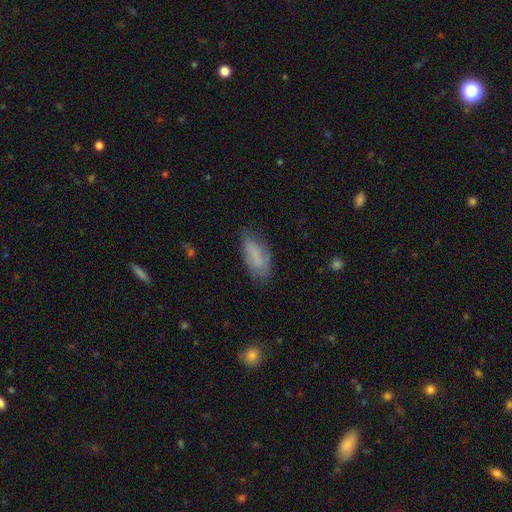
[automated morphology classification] A smooth galaxy with no disk features (74%) that is in between round and cigar-shaped (81%).

Vote fractions:
- Smooth or featured? smooth: 74% / featured or disk: 18% / star or artifact: 8%
- How rounded? in between: 81% / cigar-shaped: 17% / round: 2%
- Merging? none: 63% / minor disturbance: 27% / major disturbance: 8% / merger: 2%